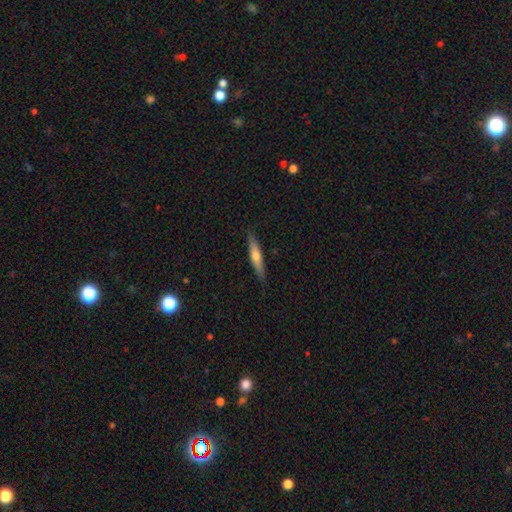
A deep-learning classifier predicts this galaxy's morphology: This is possibly a smooth galaxy (53%). How rounded: clearly cigar-shaped (87%). Merging: clearly none (88%).